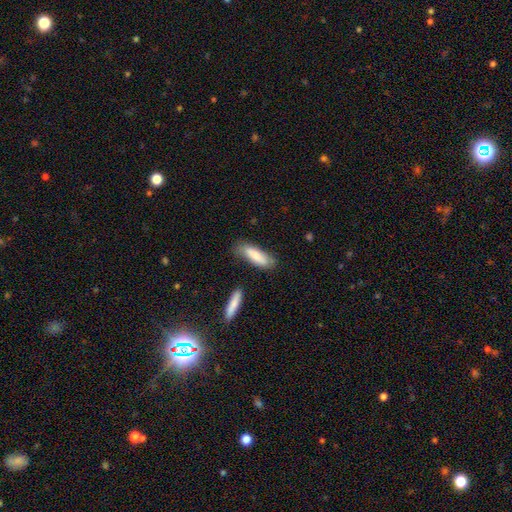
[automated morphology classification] Overall: smooth (82%). How rounded: cigar-shaped (55%; in between 43%). Merging: none (69%).